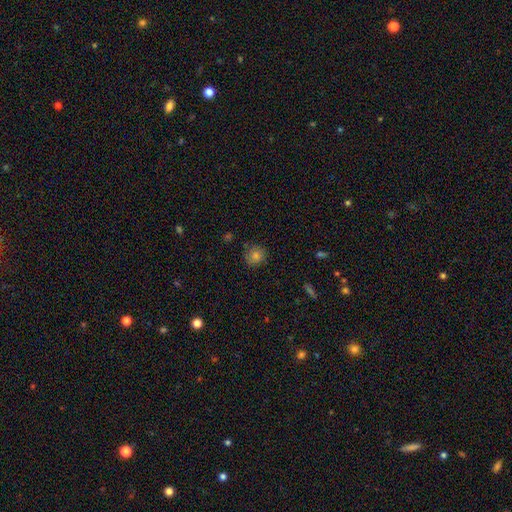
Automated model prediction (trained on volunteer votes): Q: Smooth or featured?
A: smooth (77%); runner-up: star or artifact (13%)
Q: How rounded?
A: round (89%); runner-up: in between (10%)
Q: Merging?
A: none (83%); runner-up: minor disturbance (13%)